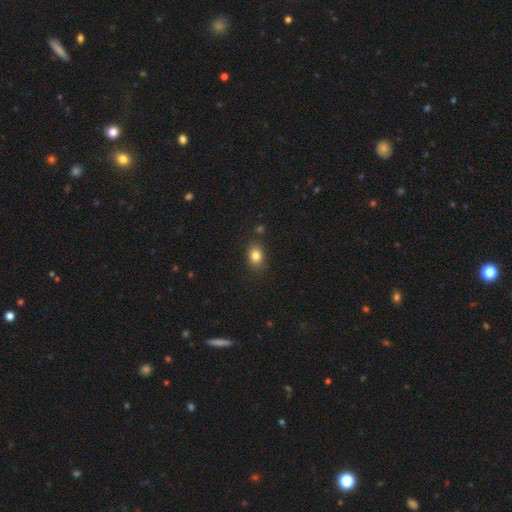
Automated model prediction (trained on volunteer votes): smooth-or-featured: smooth: 83% | star or artifact: 10% | featured or disk: 6%
  how-rounded: in between: 62% | round: 37% | cigar-shaped: 1%
  merging: none: 83% | minor disturbance: 12% | major disturbance: 3% | merger: 3%